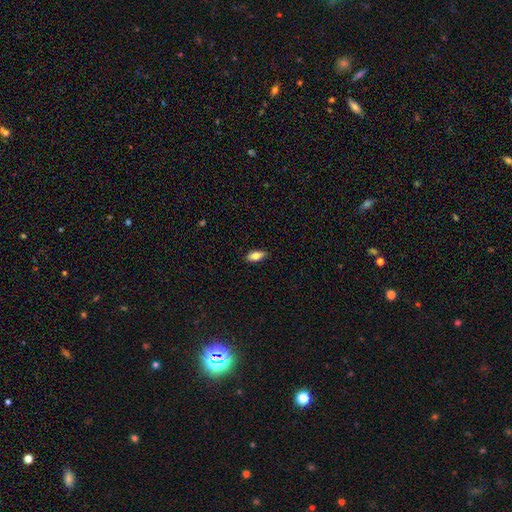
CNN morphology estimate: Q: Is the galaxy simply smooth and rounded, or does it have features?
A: smooth — 82%.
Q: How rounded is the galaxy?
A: in between — 86%.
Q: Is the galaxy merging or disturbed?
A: none — 87%.